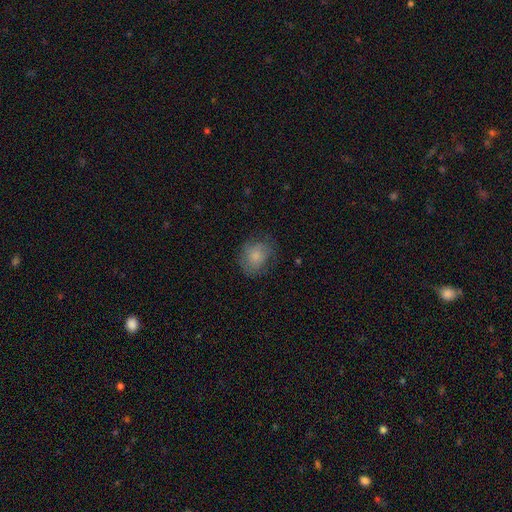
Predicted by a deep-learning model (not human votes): Smooth or featured: smooth — 72% (featured or disk — 20%)
How rounded: round — 59% (in between — 40%)
Merging: none — 66% (minor disturbance — 23%)